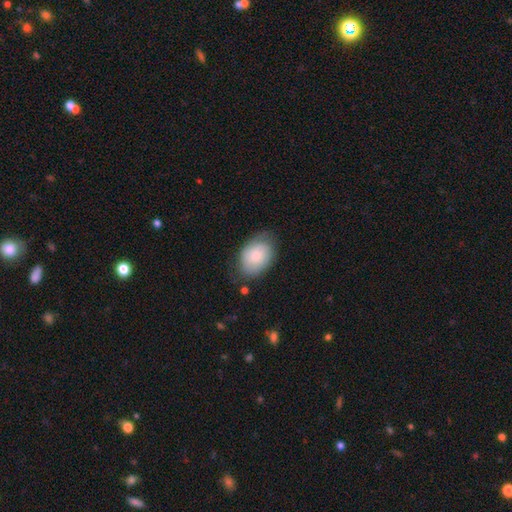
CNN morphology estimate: Smooth or featured? smooth (77%)
How rounded? in between (81%)
Merging? none (66%)